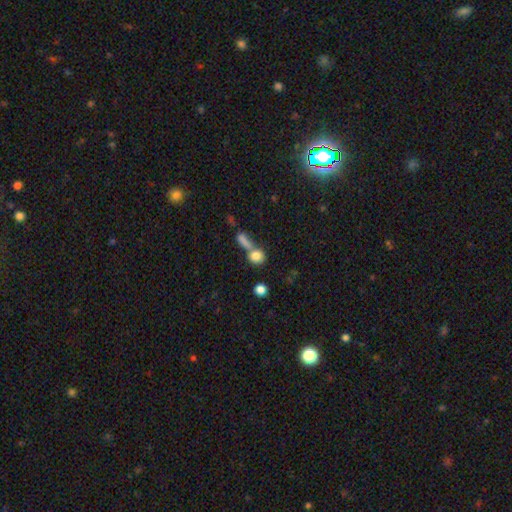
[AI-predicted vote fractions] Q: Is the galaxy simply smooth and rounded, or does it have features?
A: smooth — 81%.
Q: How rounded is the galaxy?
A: round — 73%.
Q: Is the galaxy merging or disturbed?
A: merger — 46%.